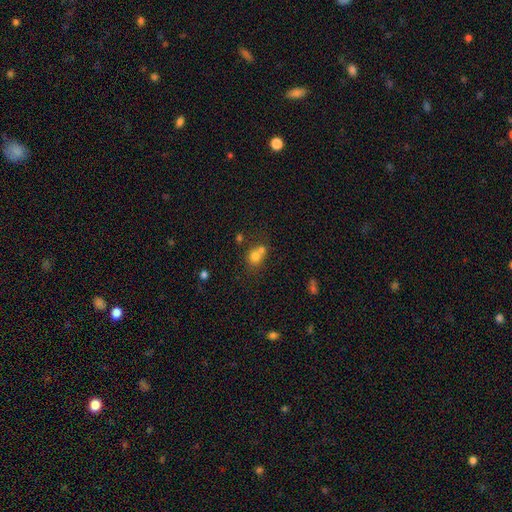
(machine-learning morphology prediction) The model was most divided on "merging": merger: 51%, none: 36%, minor disturbance: 8%, major disturbance: 4%. More confident: smooth or featured — smooth (73%); how rounded — round (72%).